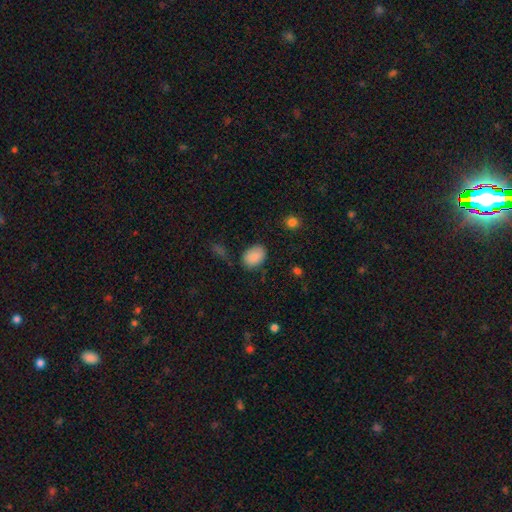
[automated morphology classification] type=smooth (87%); roundness=in between (77%); merging=none (77%).